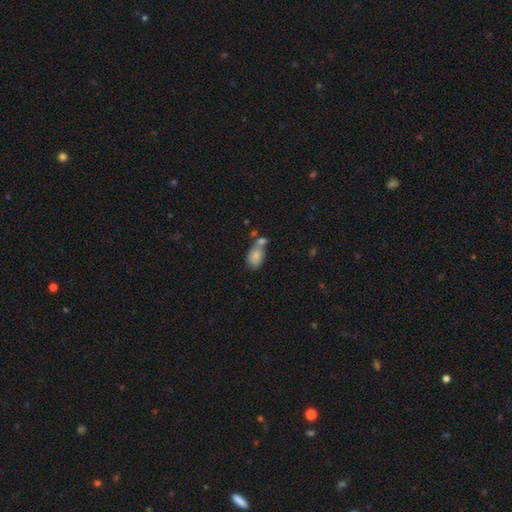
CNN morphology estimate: Q: Smooth or featured?
A: smooth (81%); runner-up: featured or disk (11%)
Q: How rounded?
A: in between (83%); runner-up: round (16%)
Q: Merging?
A: merger (41%); runner-up: none (36%)